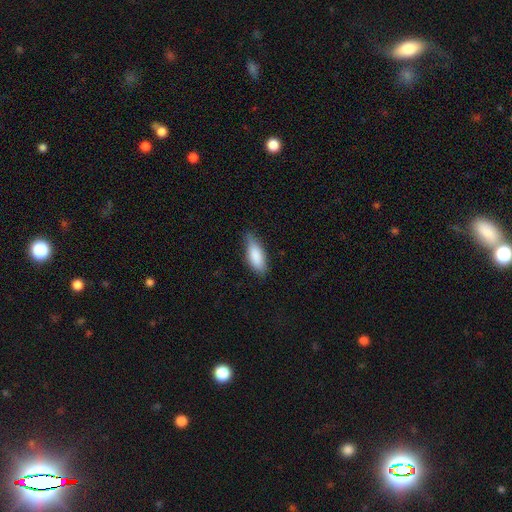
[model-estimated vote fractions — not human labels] Morphology: type=smooth (85%); roundness=in between (73%); merging=none (70%).